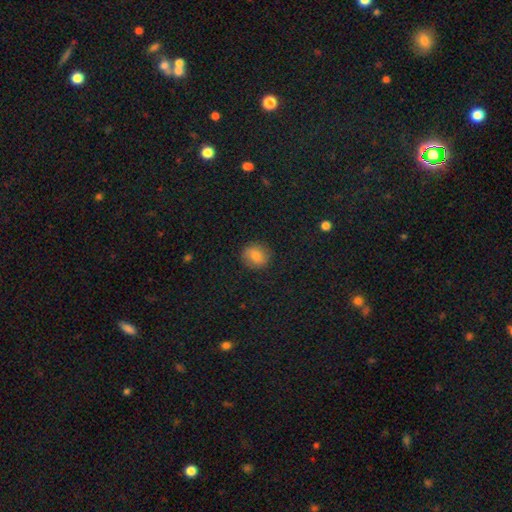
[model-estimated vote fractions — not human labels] This is likely a smooth galaxy (78%). How rounded: likely round (80%). Merging: clearly none (88%).